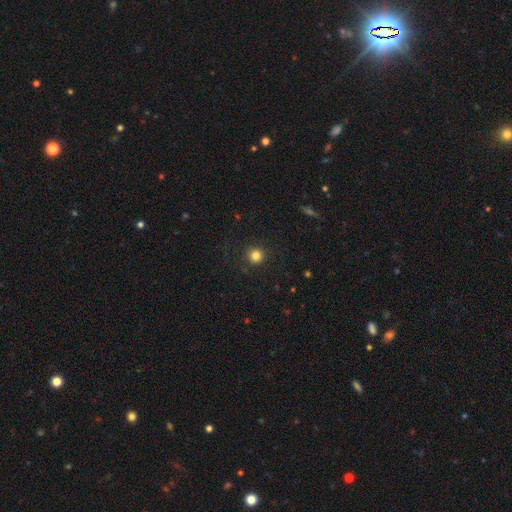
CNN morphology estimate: smooth_or_featured: smooth (p=0.83) [alt: star or artifact p=0.12]
how_rounded: round (p=0.95) [alt: in between p=0.04]
merging: none (p=0.91) [alt: minor disturbance p=0.06]